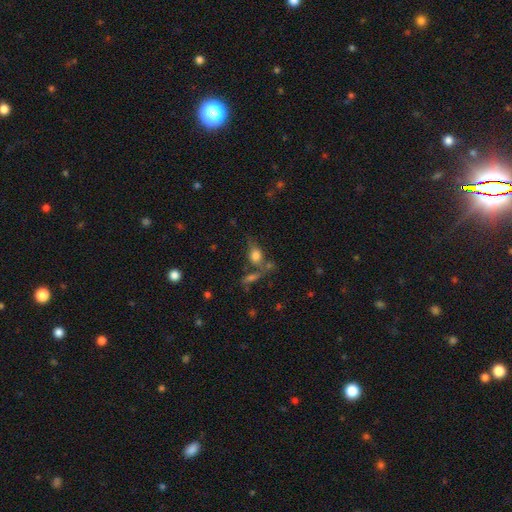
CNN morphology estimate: smooth 68%, featured or disk 19%, star or artifact 13%. Down the decision tree: how rounded — in between (62%); merging — none (47%).